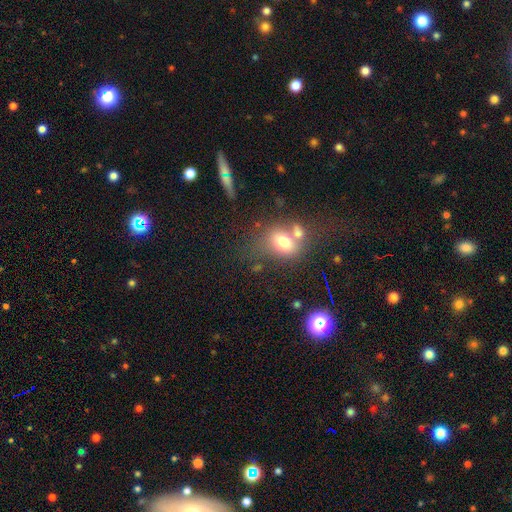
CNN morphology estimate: The model was most divided on "merging": none: 40%, merger: 37%, minor disturbance: 14%, major disturbance: 9%. More confident: smooth or featured — smooth (60%); how rounded — in between (55%).